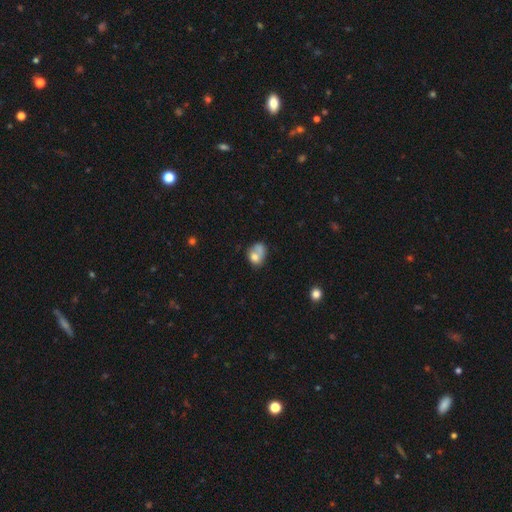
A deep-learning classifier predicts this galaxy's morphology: smooth 69%, featured or disk 21%, star or artifact 10%. Down the decision tree: how rounded — in between (59%); merging — merger (44%).